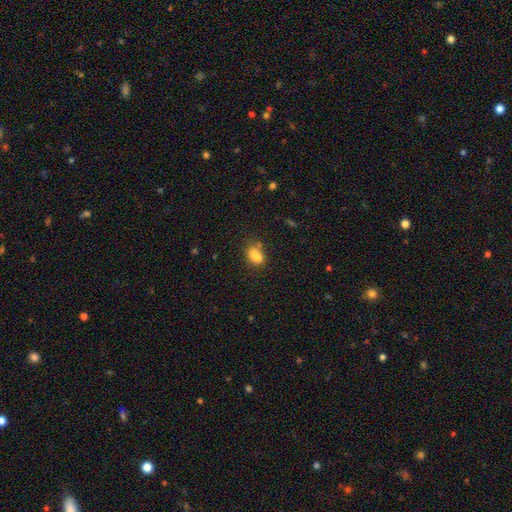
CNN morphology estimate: This is likely a smooth galaxy (80%). How rounded: likely in between (77%). Merging: possibly none (51%).